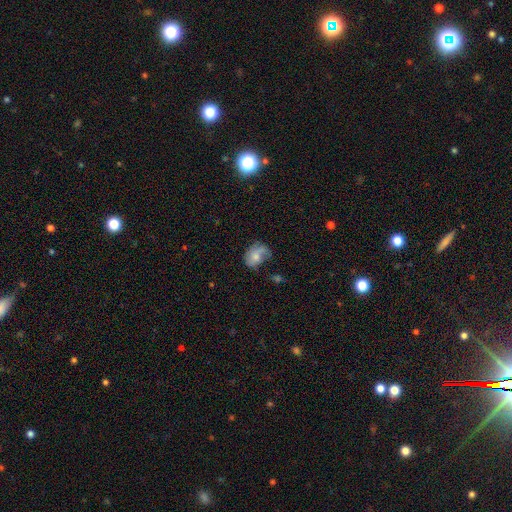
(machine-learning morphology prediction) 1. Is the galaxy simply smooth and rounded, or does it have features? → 57% smooth, 34% featured or disk, 9% star or artifact.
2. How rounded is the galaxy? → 67% in between, 32% round, 1% cigar-shaped.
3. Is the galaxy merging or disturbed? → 41% none, 33% minor disturbance, 22% major disturbance, 4% merger.